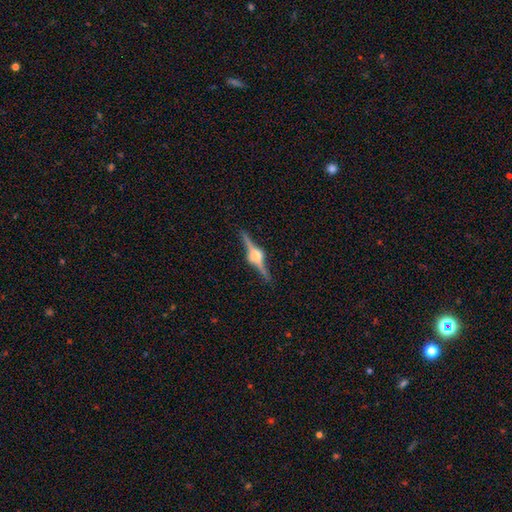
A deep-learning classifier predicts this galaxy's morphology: Overall: featured or disk (89%). Edge-on disk: yes (98%). Edge-on bulge: rounded (93%). Merging: none (90%).